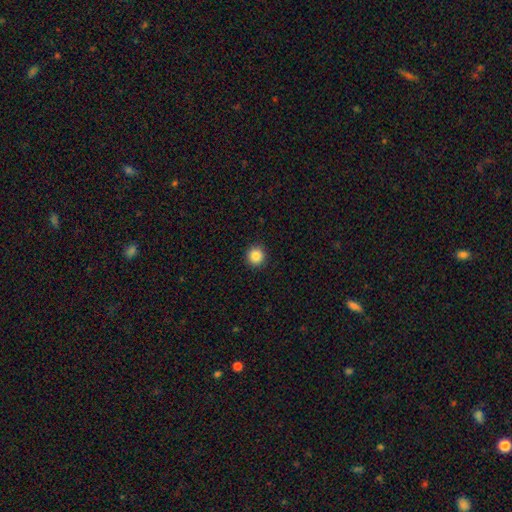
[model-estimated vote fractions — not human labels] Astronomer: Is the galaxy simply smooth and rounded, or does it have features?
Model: smooth — 86%.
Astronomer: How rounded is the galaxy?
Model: round — 94%.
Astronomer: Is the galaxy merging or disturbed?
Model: none — 93%.